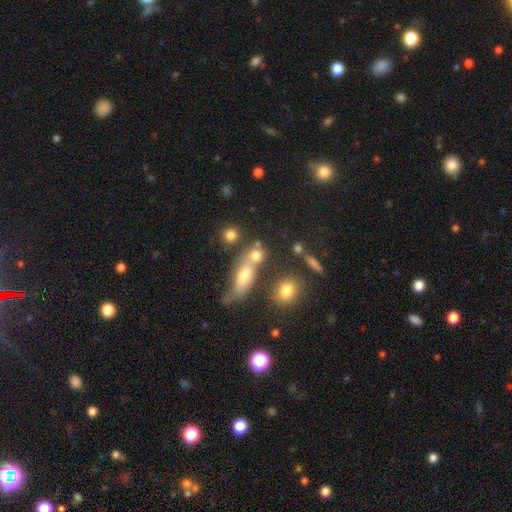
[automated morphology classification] Smooth or featured?
  - smooth: 72% *
  - star or artifact: 14%
  - featured or disk: 14%
How rounded?
  - round: 58% *
  - in between: 34%
  - cigar-shaped: 8%
Merging?
  - none: 44% *
  - merger: 40%
  - minor disturbance: 10%
  - major disturbance: 6%